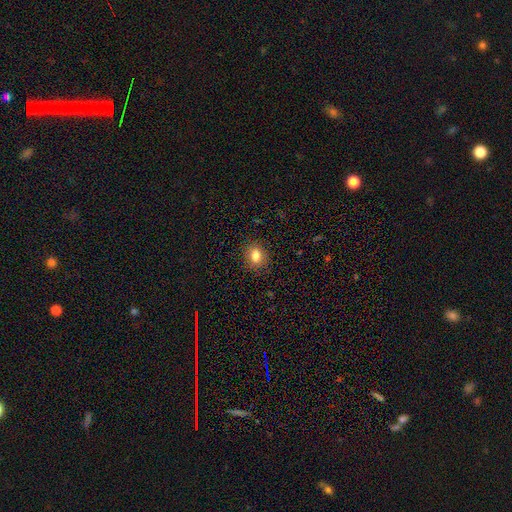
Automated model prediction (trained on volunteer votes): Q: Smooth or featured?
A: smooth (81%); runner-up: star or artifact (11%)
Q: How rounded?
A: in between (54%); runner-up: round (45%)
Q: Merging?
A: none (87%); runner-up: minor disturbance (9%)